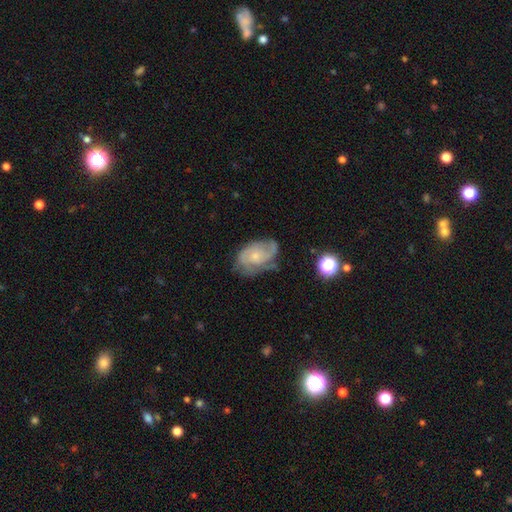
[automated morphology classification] featured or disk 74%, smooth 18%, star or artifact 7%. Down the decision tree: edge-on disk — no (97%); bar — no (73%); spiral arms — yes (91%); spiral arm count — 2 (36%); spiral winding — tight (43%); bulge size — small (64%); merging — none (57%).